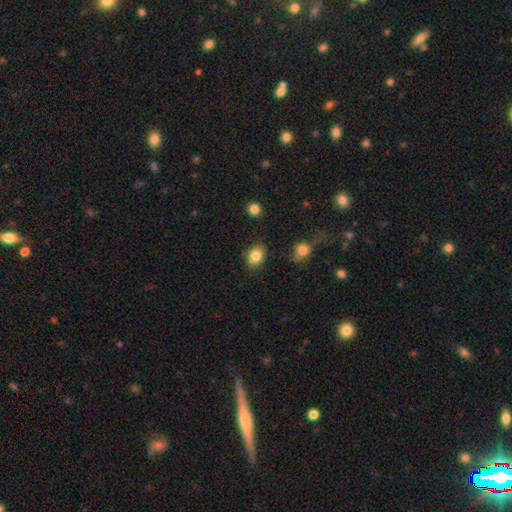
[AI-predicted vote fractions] The model was most divided on "how rounded": in between: 68%, round: 31%, cigar-shaped: 1%. More confident: merging — none (84%); smooth or featured — smooth (84%).